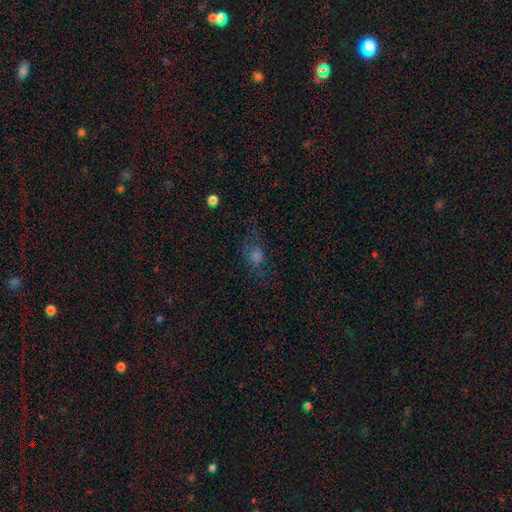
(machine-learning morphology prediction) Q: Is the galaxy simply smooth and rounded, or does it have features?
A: smooth — 44%.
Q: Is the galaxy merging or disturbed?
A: none — 59%.